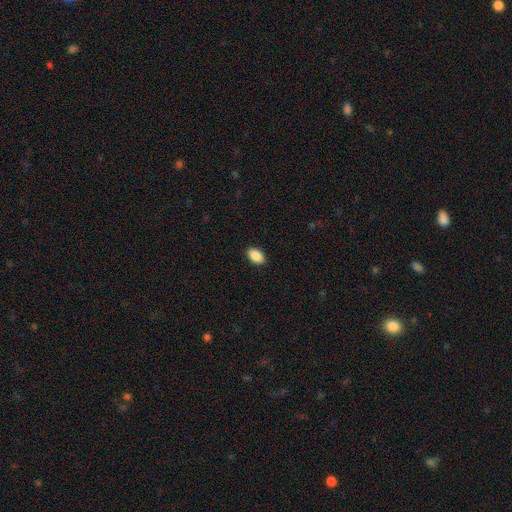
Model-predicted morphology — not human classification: Smooth or featured? smooth (89%)
How rounded? in between (92%)
Merging? none (90%)